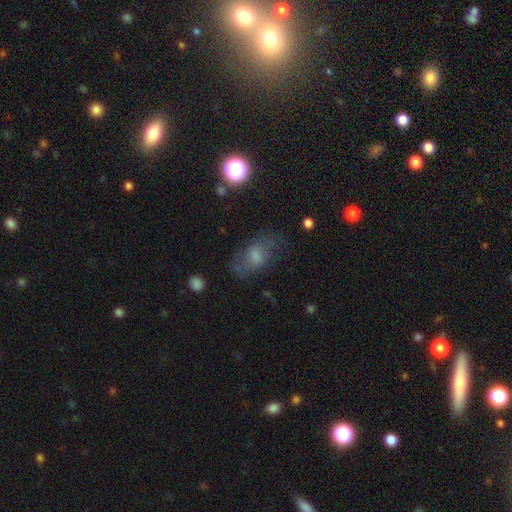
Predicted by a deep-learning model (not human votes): Morphology: type=smooth (44%); merging=none (68%).